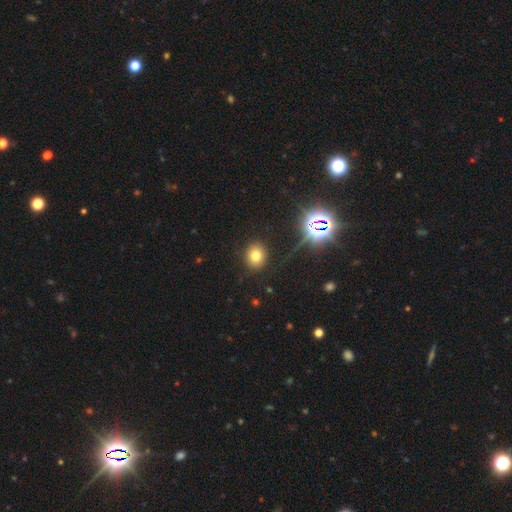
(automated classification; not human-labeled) A smooth galaxy with no disk features (74%) that is round (72%).

Vote fractions:
- Smooth or featured? smooth: 74% / star or artifact: 18% / featured or disk: 9%
- How rounded? round: 72% / in between: 27% / cigar-shaped: 1%
- Merging? none: 89% / minor disturbance: 7% / major disturbance: 3% / merger: 1%